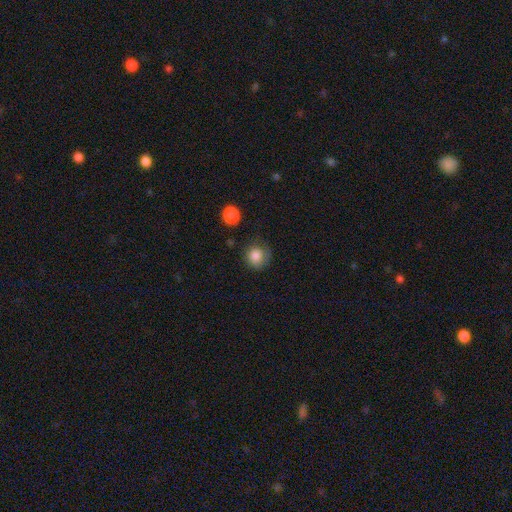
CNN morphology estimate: Overall: smooth (83%). How rounded: round (88%). Merging: none (67%).